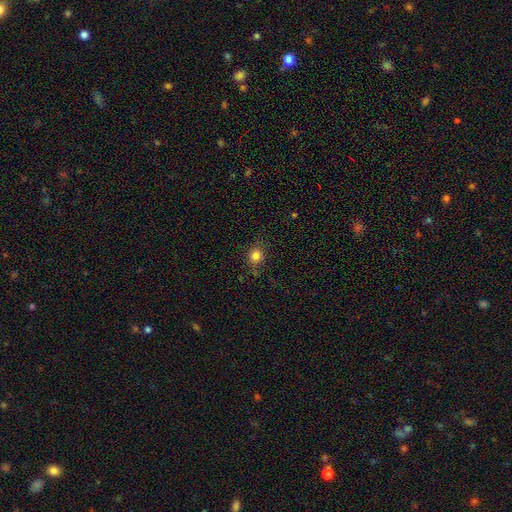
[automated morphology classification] This appears to be a smooth galaxy with no disk features (81%) that is round (81%). Merging: none (80%).